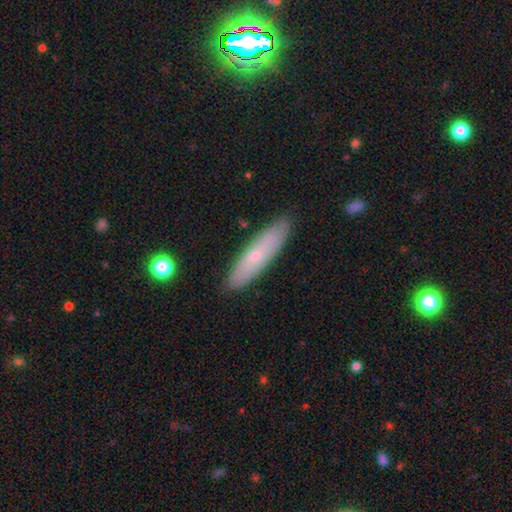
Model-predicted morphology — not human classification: Smooth or featured: smooth — 60% (featured or disk — 34%)
How rounded: cigar-shaped — 72% (in between — 26%)
Merging: none — 86% (minor disturbance — 11%)